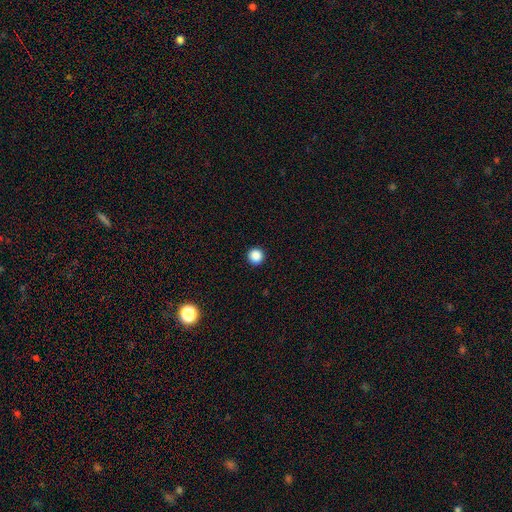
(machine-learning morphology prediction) type=smooth (88%); roundness=round (96%); merging=none (93%).